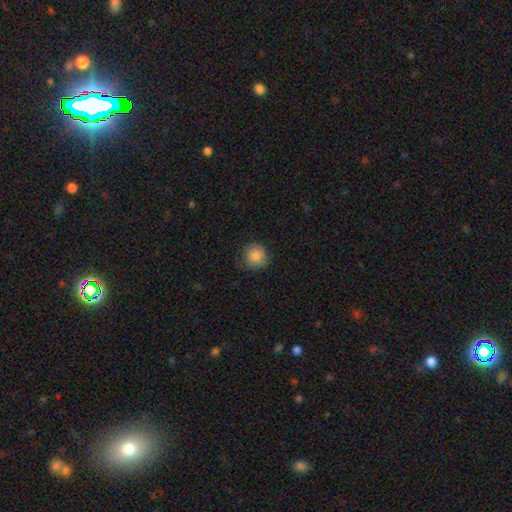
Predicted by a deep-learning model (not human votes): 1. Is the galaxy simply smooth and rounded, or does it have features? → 85% smooth, 8% star or artifact, 7% featured or disk.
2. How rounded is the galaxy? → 90% round, 9% in between, 1% cigar-shaped.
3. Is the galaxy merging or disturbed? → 75% none, 19% minor disturbance, 5% major disturbance, 1% merger.